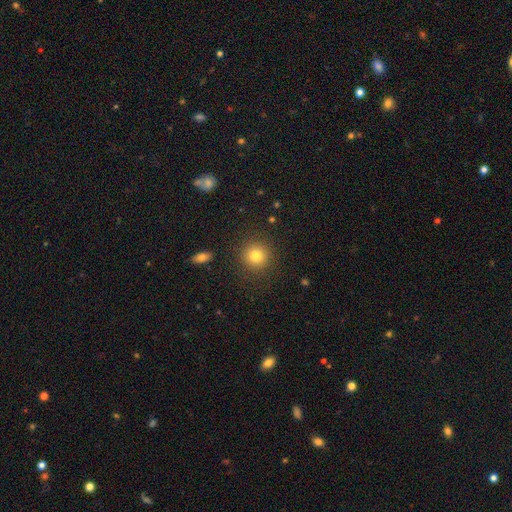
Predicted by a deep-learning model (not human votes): The model was most divided on "smooth or featured": smooth: 81%, star or artifact: 11%, featured or disk: 8%. More confident: how rounded — round (93%); merging — none (90%).